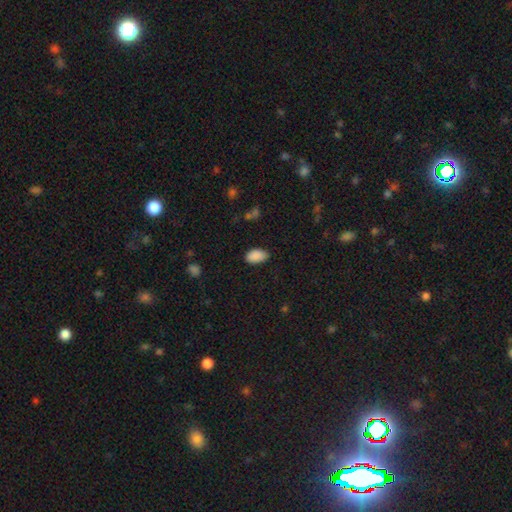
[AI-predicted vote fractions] A smooth galaxy with no disk features (89%) that is in between round and cigar-shaped (94%).

Vote fractions:
- Smooth or featured? smooth: 89% / star or artifact: 8% / featured or disk: 3%
- How rounded? in between: 94% / round: 5% / cigar-shaped: 1%
- Merging? none: 81% / minor disturbance: 14% / major disturbance: 3% / merger: 1%